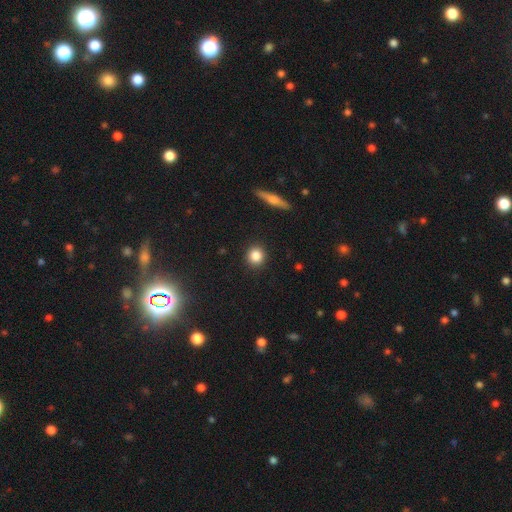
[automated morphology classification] smooth 85%, star or artifact 10%, featured or disk 6%. Down the decision tree: how rounded — round (91%); merging — none (92%).